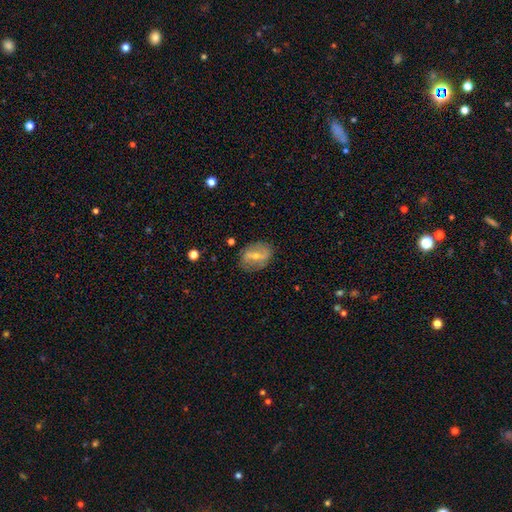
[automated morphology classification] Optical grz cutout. It shows a featured or disk galaxy (64%) with a strong bar (46%), spiral arms (55%) and a small central bulge (52%). Merging: none (81%).